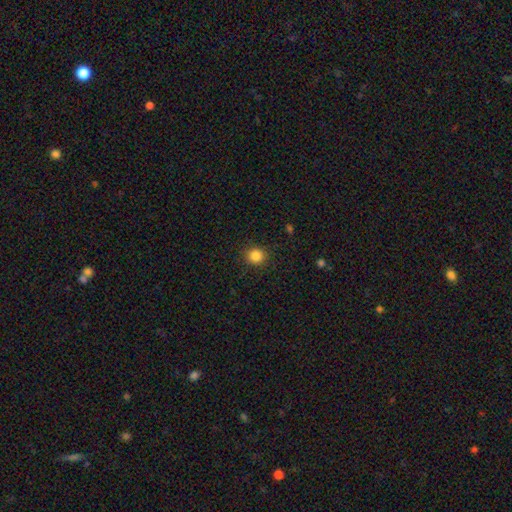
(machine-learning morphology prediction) Smooth or featured? Predicted: smooth (p=0.85). How rounded? Predicted: round (p=0.88). Merging? Predicted: none (p=0.89).